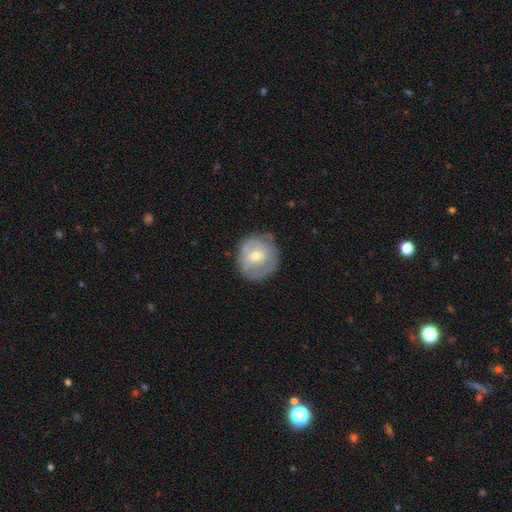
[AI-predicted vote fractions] Smooth or featured? smooth (53%)
How rounded? round (85%)
Merging? none (68%)